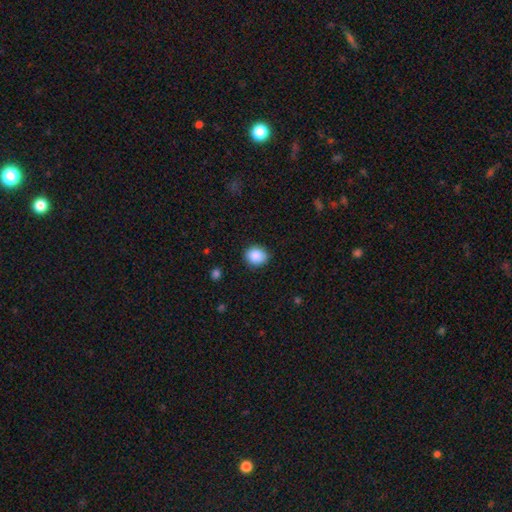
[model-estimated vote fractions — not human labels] The model was most divided on "how rounded": round: 71%, in between: 28%, cigar-shaped: 1%. More confident: smooth or featured — smooth (88%); merging — none (84%).